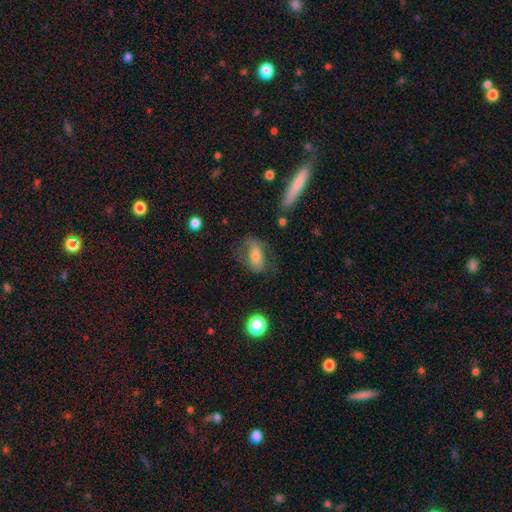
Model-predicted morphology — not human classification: Smooth or featured? Predicted: smooth (p=0.52). How rounded? Predicted: in between (p=0.79). Merging? Predicted: none (p=0.53).